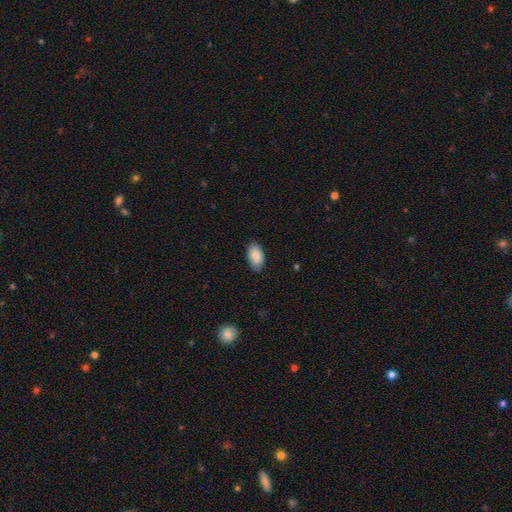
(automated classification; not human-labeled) smooth_or_featured: smooth (p=0.87) [alt: featured or disk p=0.07]
how_rounded: in between (p=0.95) [alt: round p=0.03]
merging: none (p=0.85) [alt: minor disturbance p=0.12]